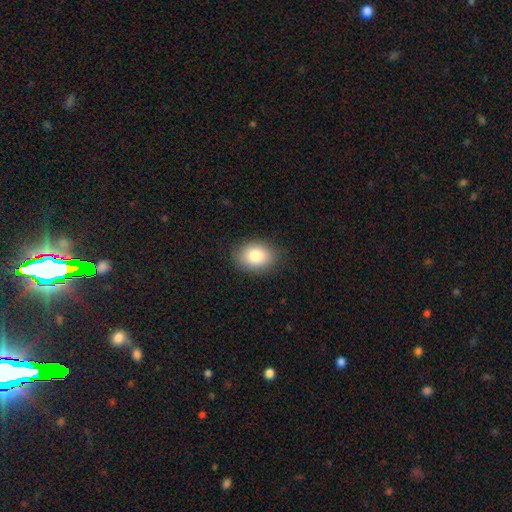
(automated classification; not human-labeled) smooth-or-featured: smooth: 84% | featured or disk: 8% | star or artifact: 8%
  how-rounded: in between: 76% | round: 23% | cigar-shaped: 1%
  merging: none: 85% | minor disturbance: 11% | major disturbance: 3% | merger: 1%